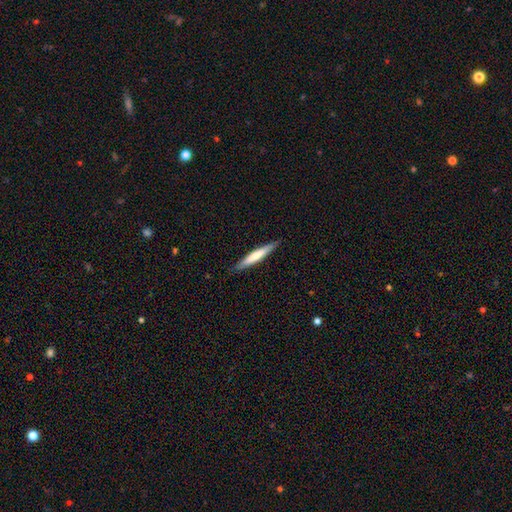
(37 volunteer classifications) Smooth or featured: featured or disk — 57% (smooth — 43%)
Edge-on disk: yes — 90% (no — 10%)
Edge-on bulge: rounded — 58% (none — 37%)
Merging: none — 84% (minor disturbance — 14%)